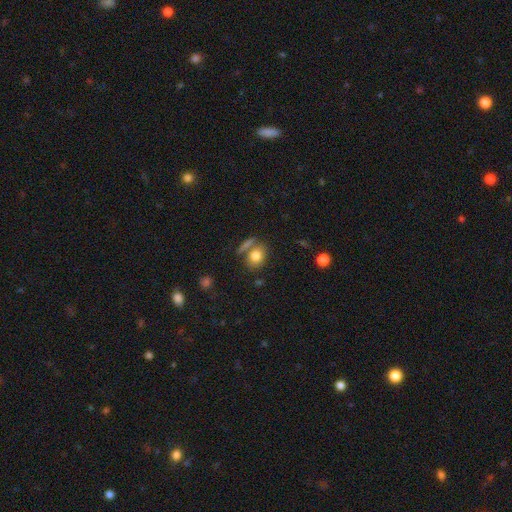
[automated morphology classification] smooth 80%, featured or disk 11%, star or artifact 10%. Down the decision tree: how rounded — in between (49%, tied with round); merging — none (62%).